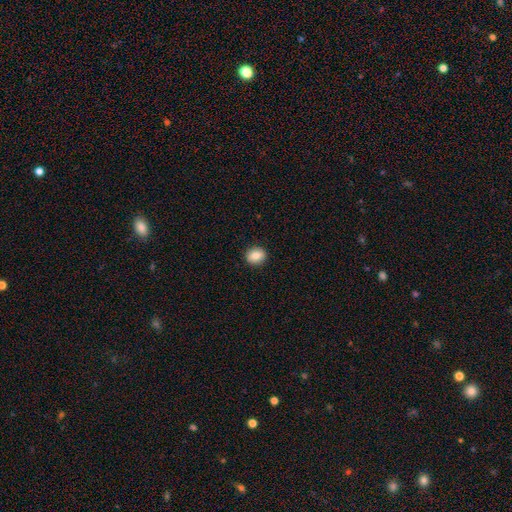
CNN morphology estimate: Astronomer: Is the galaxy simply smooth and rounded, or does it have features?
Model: smooth — 84%.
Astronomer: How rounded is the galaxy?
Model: round — 72%.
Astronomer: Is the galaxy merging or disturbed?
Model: none — 91%.